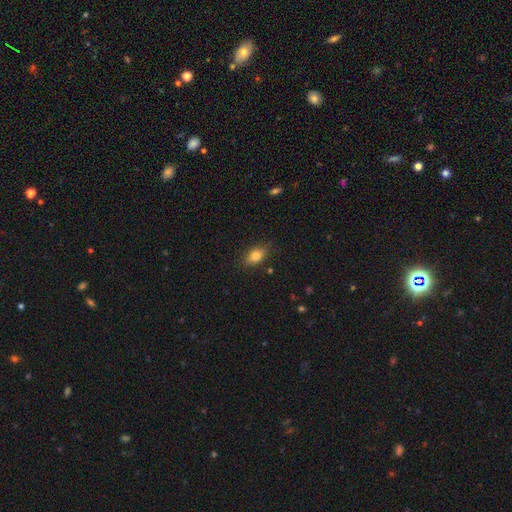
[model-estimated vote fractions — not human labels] Morphology: type=smooth (77%); roundness=in between (83%); merging=none (82%).